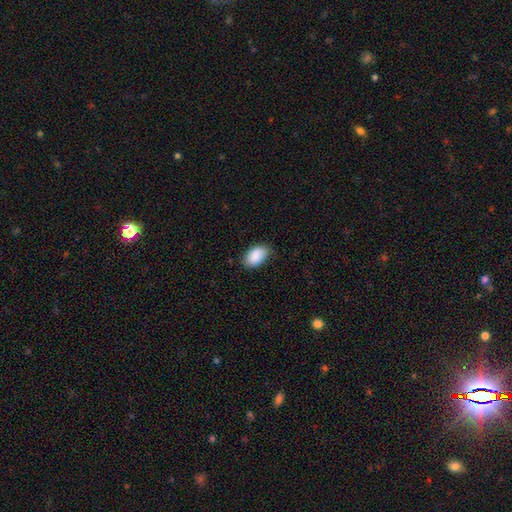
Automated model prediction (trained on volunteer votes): Smooth or featured? smooth (90%)
How rounded? in between (93%)
Merging? none (83%)